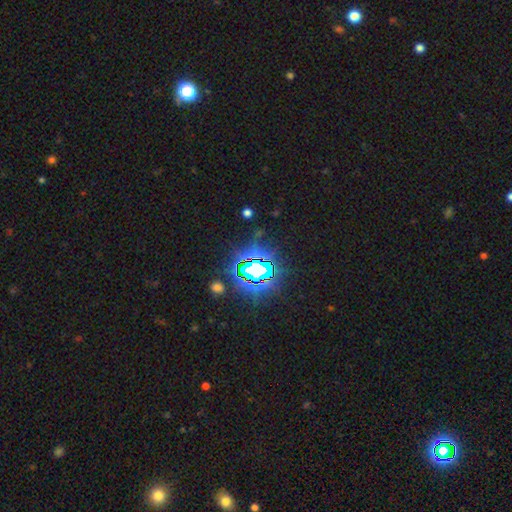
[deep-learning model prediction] Morphology: type=star or artifact (82%).